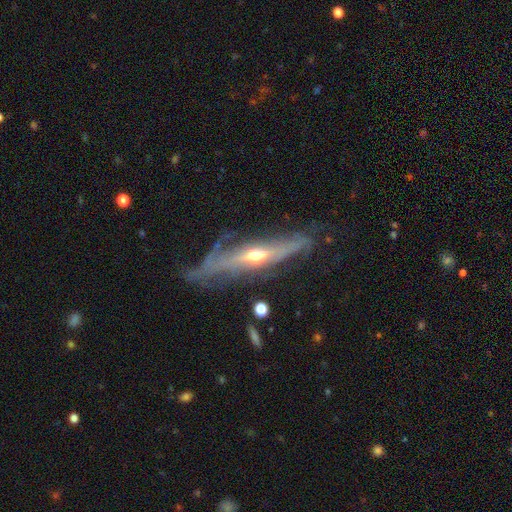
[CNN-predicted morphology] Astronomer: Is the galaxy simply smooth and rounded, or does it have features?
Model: featured or disk — 81%.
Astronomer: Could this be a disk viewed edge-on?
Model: yes — 65%.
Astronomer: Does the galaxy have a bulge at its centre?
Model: rounded — 81%.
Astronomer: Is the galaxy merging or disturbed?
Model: none — 55%.